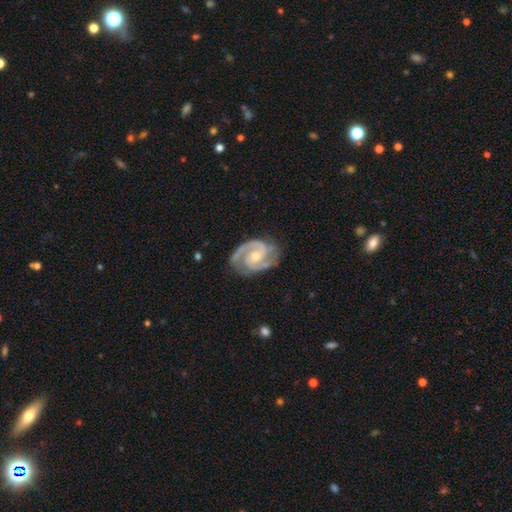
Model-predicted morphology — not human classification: Smooth or featured?
  - featured or disk: 92% *
  - smooth: 4%
  - star or artifact: 4%
Edge-on disk?
  - no: 98% *
  - yes: 2%
Bar?
  - no: 52% *
  - weak: 38%
  - strong: 9%
Spiral arms?
  - yes: 98% *
  - no: 2%
Spiral winding?
  - medium: 50% *
  - tight: 43%
  - loose: 7%
Spiral arm count?
  - 2: 90% *
  - 3: 4%
  - can't tell: 2%
  - 1: 2%
  - 4: 1%
  - more than 4: 1%
Bulge size?
  - moderate: 54% *
  - small: 40%
  - large: 3%
  - none: 2%
  - dominant: 1%
Merging?
  - none: 78% *
  - minor disturbance: 16%
  - major disturbance: 5%
  - merger: 1%